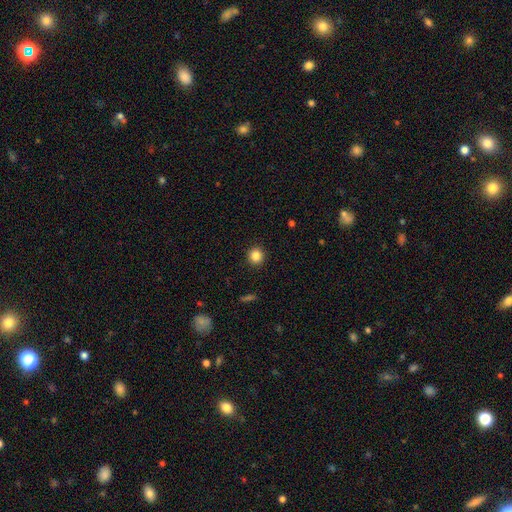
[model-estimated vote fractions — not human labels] This appears to be a smooth galaxy with no disk features (84%) that is round (94%). Merging: none (92%).